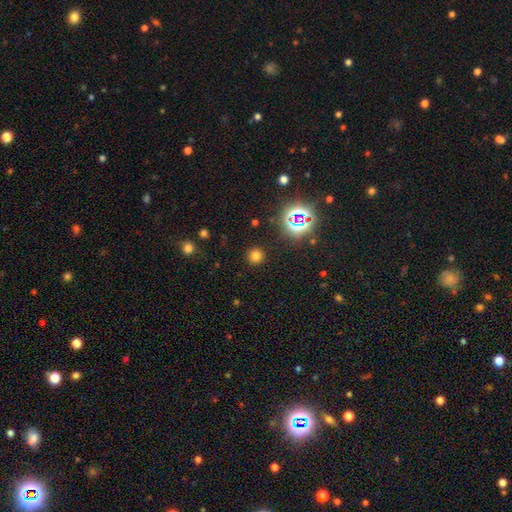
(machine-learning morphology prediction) Overall: smooth (71%). How rounded: round (93%). Merging: none (90%).